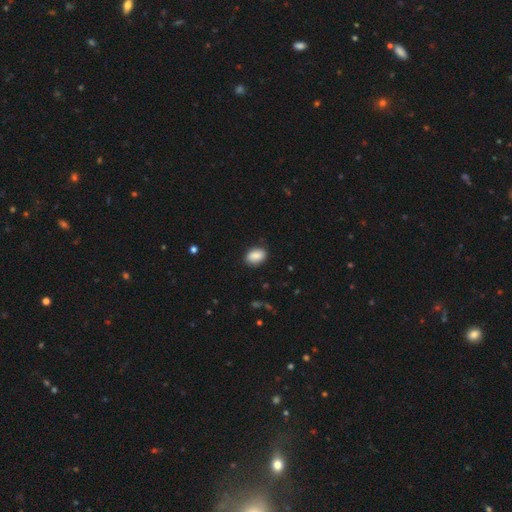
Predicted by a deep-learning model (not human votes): The model was most divided on "how rounded": in between: 80%, round: 19%, cigar-shaped: 1%. More confident: smooth or featured — smooth (86%); merging — none (84%).